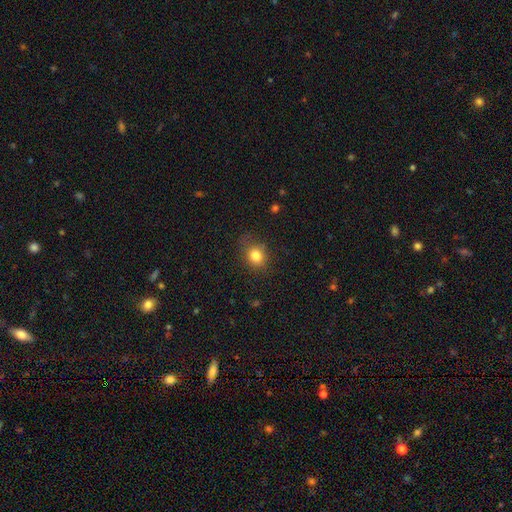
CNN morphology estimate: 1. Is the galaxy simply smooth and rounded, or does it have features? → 82% smooth, 11% star or artifact, 7% featured or disk.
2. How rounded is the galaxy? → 57% round, 42% in between, 1% cigar-shaped.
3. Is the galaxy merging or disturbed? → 74% none, 19% minor disturbance, 6% major disturbance, 1% merger.